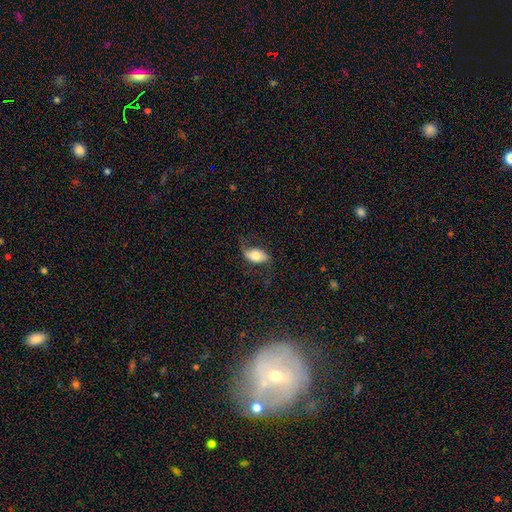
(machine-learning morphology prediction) Smooth or featured? featured or disk (47%)
Merging? none (64%)